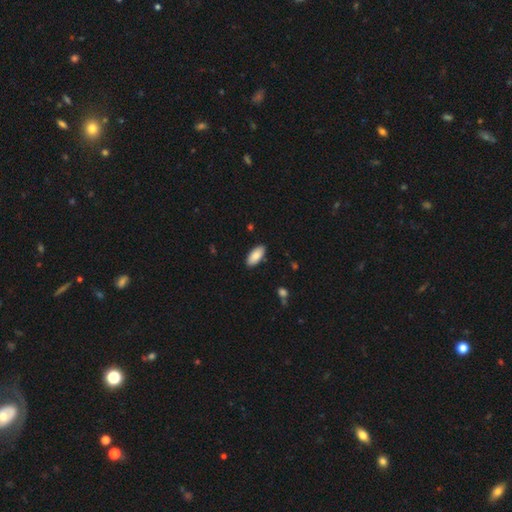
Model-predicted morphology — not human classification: A smooth galaxy with no disk features (88%) that is in between round and cigar-shaped (89%). Merging: none (88%).